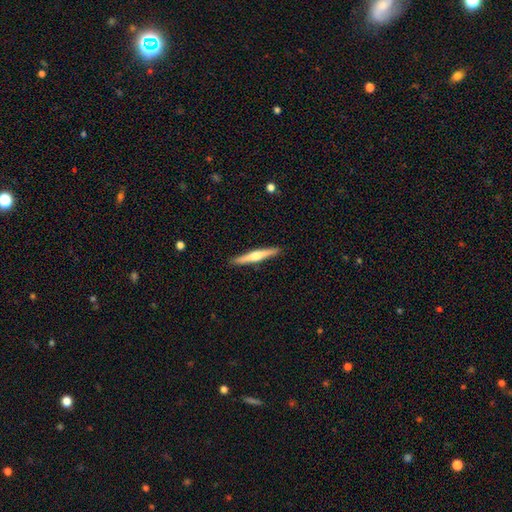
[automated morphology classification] Smooth or featured? featured or disk (58%)
Edge-on disk? yes (98%)
Edge-on bulge? rounded (83%)
Merging? none (91%)